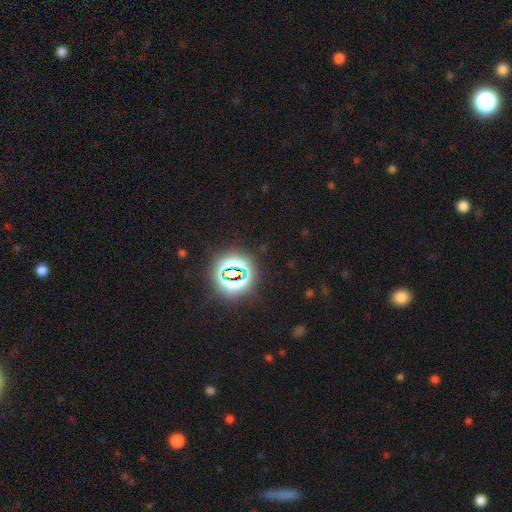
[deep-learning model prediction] Q: Smooth or featured?
A: star or artifact (79%); runner-up: smooth (14%)